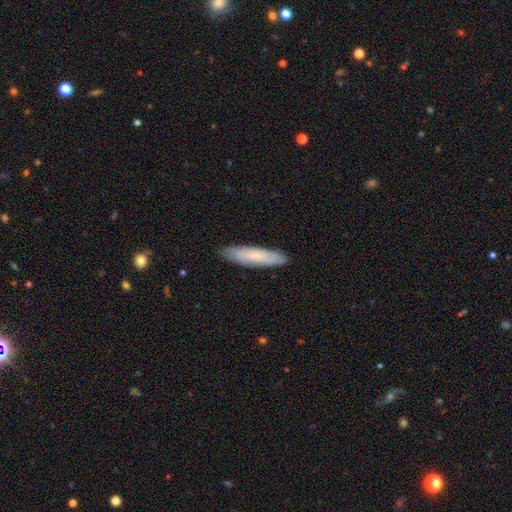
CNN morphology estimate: Overall: smooth (75%). How rounded: cigar-shaped (80%). Merging: none (88%).